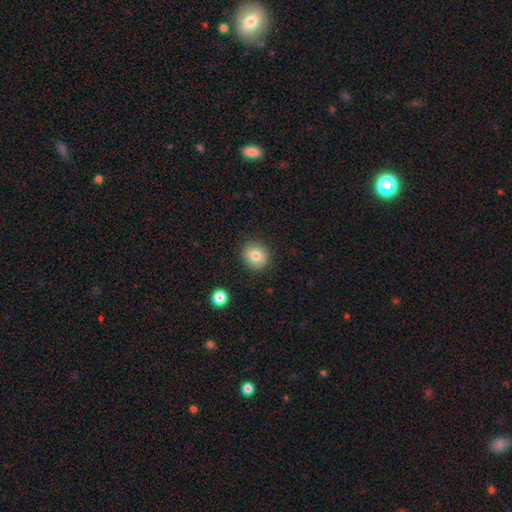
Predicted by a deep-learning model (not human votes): Smooth or featured? smooth (80%)
How rounded? round (87%)
Merging? none (89%)